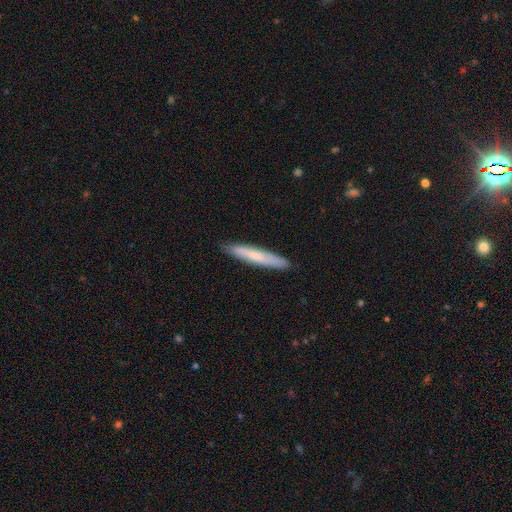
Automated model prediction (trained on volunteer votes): Smooth or featured? Predicted: smooth (p=0.68). How rounded? Predicted: cigar-shaped (p=0.94). Merging? Predicted: none (p=0.89).